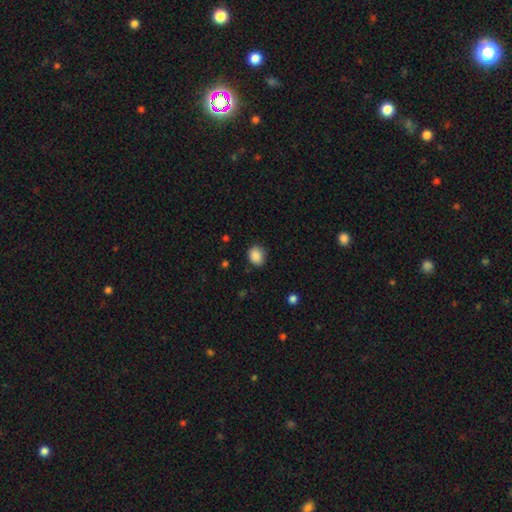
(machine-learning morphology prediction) Overall: smooth (88%). How rounded: round (51%; in between 49%). Merging: none (83%).